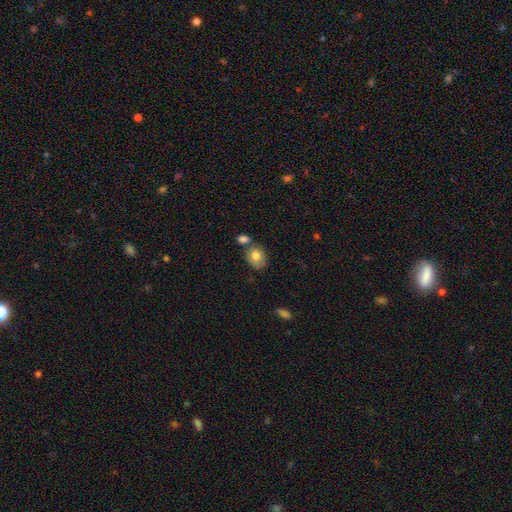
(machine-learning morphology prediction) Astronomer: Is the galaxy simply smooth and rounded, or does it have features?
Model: smooth — 77%.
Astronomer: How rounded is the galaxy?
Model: in between — 51% (runner-up: round, 48%).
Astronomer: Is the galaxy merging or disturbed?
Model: none — 56%.